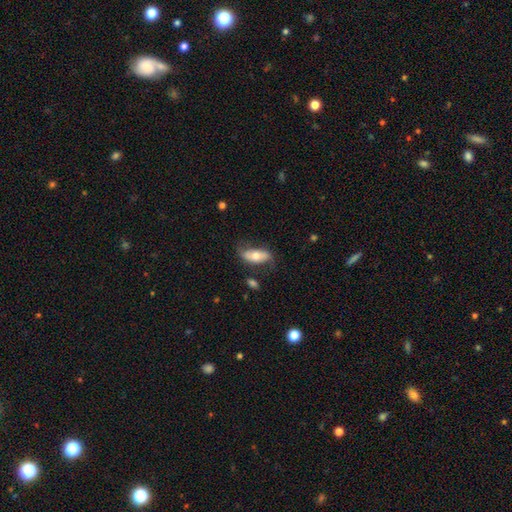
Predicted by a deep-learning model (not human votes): This appears to be a smooth galaxy with no disk features (48%). Merging: none (61%).